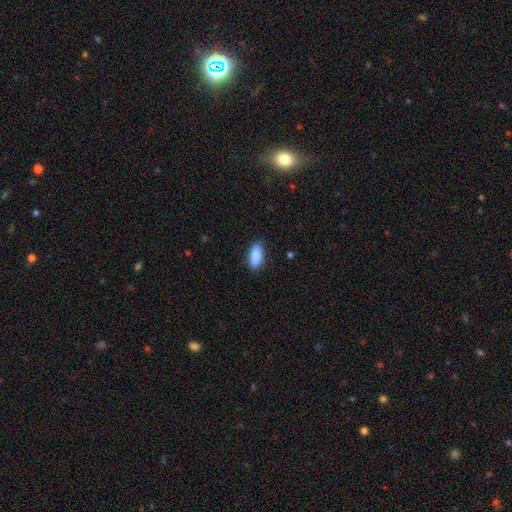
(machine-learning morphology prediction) Smooth or featured: smooth — 88% (star or artifact — 6%)
How rounded: in between — 85% (cigar-shaped — 13%)
Merging: none — 84% (minor disturbance — 13%)